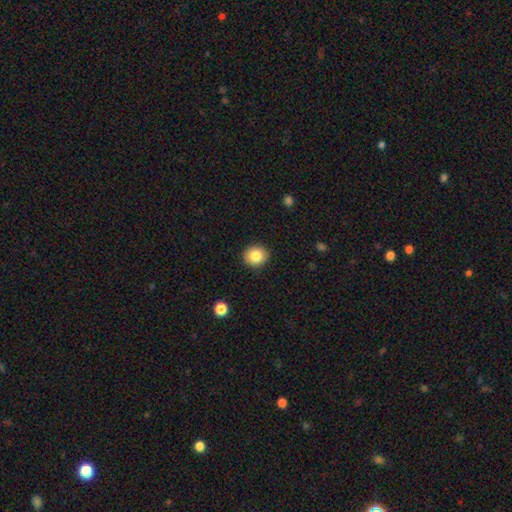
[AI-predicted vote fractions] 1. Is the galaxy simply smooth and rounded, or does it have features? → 83% smooth, 9% star or artifact, 8% featured or disk.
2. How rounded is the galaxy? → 82% round, 17% in between, 1% cigar-shaped.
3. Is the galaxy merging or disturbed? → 91% none, 6% minor disturbance, 2% major disturbance, 1% merger.